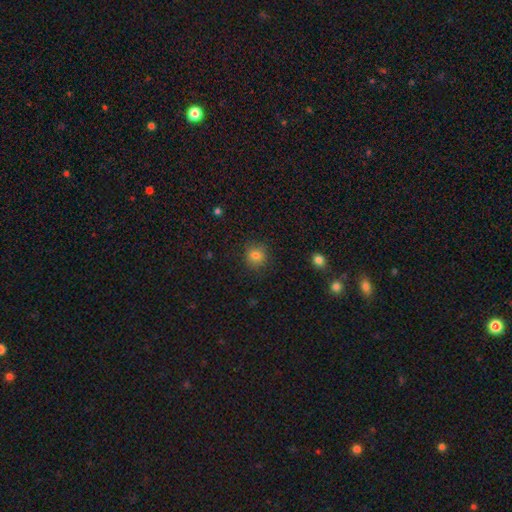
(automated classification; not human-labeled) Smooth or featured?
  - smooth: 81% *
  - star or artifact: 13%
  - featured or disk: 7%
How rounded?
  - round: 85% *
  - in between: 14%
  - cigar-shaped: 1%
Merging?
  - none: 86% *
  - minor disturbance: 10%
  - major disturbance: 3%
  - merger: 1%